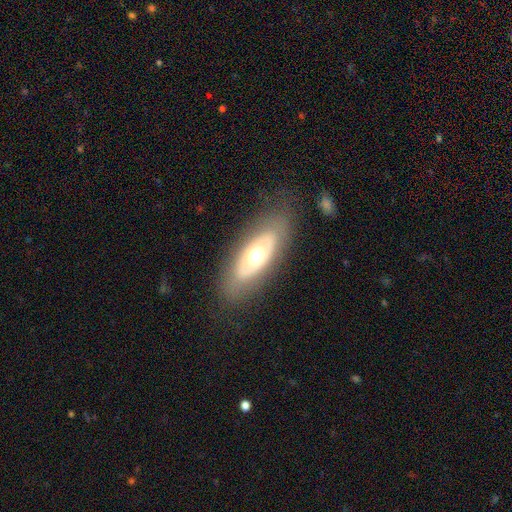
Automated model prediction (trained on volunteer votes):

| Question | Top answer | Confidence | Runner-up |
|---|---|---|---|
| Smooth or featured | featured or disk | 51% | smooth (43%) |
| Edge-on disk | no | 81% | yes (19%) |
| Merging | none | 81% | minor disturbance (12%) |